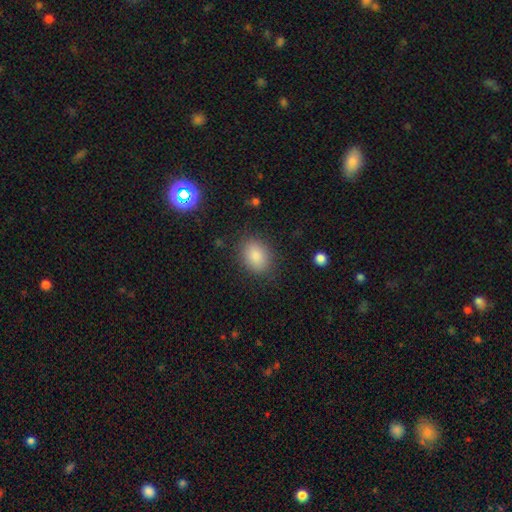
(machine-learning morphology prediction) Smooth or featured?
  - smooth: 87% *
  - star or artifact: 8%
  - featured or disk: 5%
How rounded?
  - in between: 65% *
  - round: 34%
  - cigar-shaped: 1%
Merging?
  - none: 84% *
  - minor disturbance: 11%
  - major disturbance: 4%
  - merger: 1%